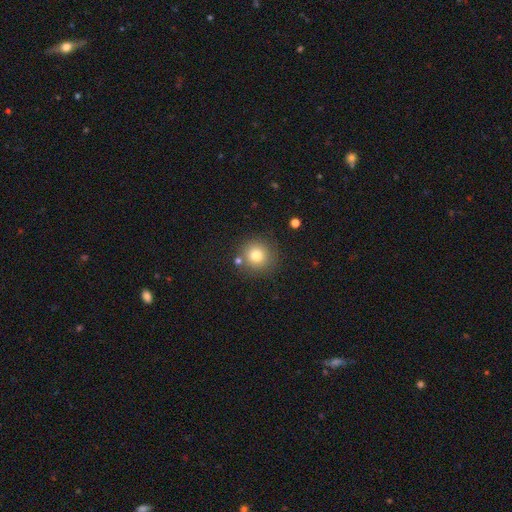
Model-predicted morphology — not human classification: Overall: smooth (80%). How rounded: round (93%). Merging: none (81%).